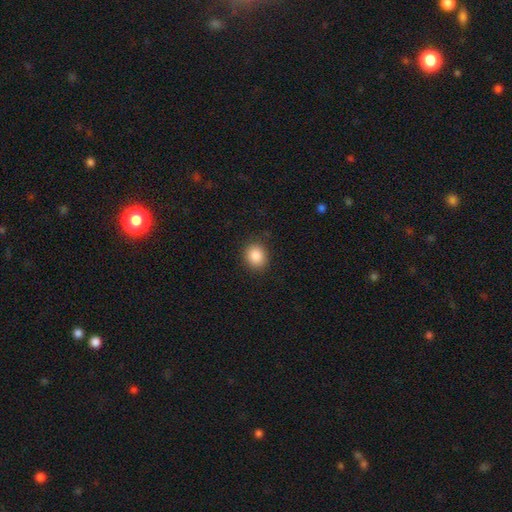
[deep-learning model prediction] A smooth galaxy with no disk features (87%) that is round (69%).

Vote fractions:
- Smooth or featured? smooth: 87% / star or artifact: 9% / featured or disk: 4%
- How rounded? round: 69% / in between: 30% / cigar-shaped: 1%
- Merging? none: 88% / minor disturbance: 9% / major disturbance: 3% / merger: 1%